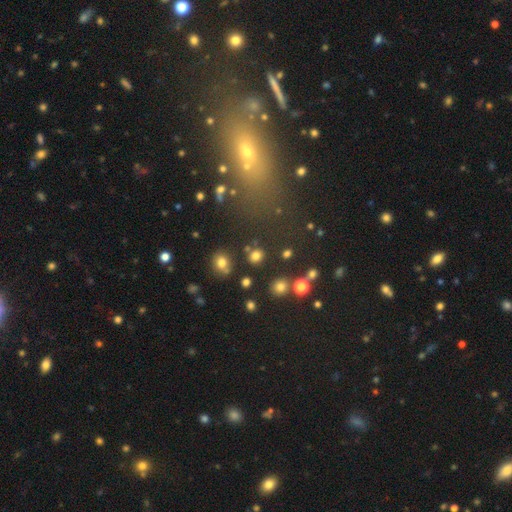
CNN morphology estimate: smooth-or-featured: smooth: 79% | star or artifact: 15% | featured or disk: 6%
  how-rounded: round: 78% | in between: 21% | cigar-shaped: 1%
  merging: none: 83% | minor disturbance: 8% | merger: 6% | major disturbance: 3%